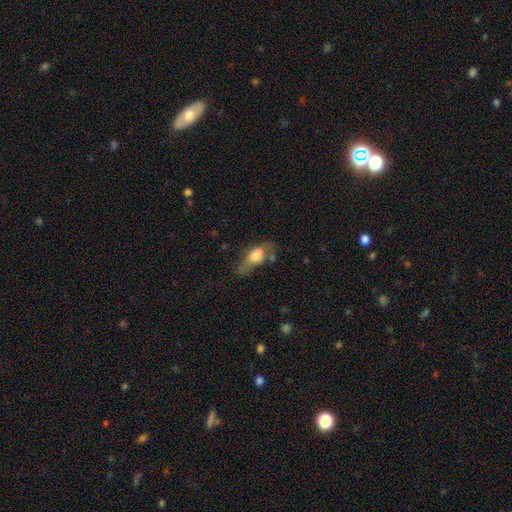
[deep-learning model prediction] Morphology: type=smooth (62%); roundness=in between (75%); merging=none (37%).